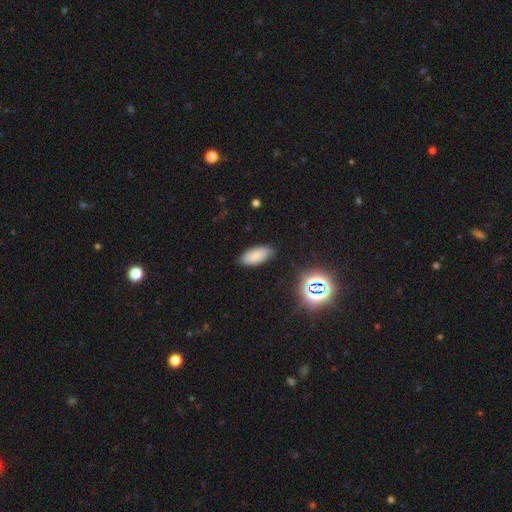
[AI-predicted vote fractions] Smooth or featured? Predicted: smooth (p=0.79). How rounded? Predicted: in between (p=0.90). Merging? Predicted: none (p=0.83).